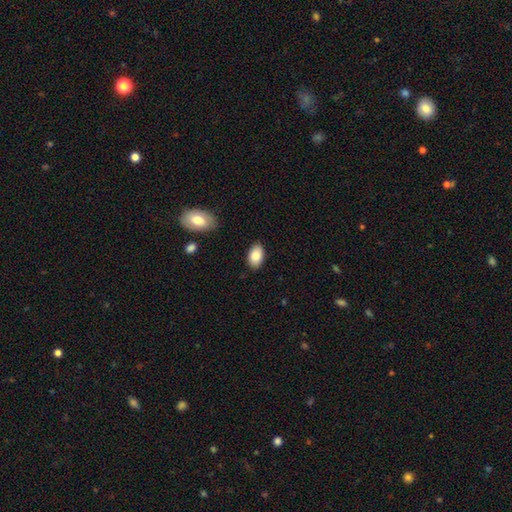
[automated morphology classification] This appears to be a smooth galaxy with no disk features (86%) that is in between round and cigar-shaped (93%). Merging: none (86%).